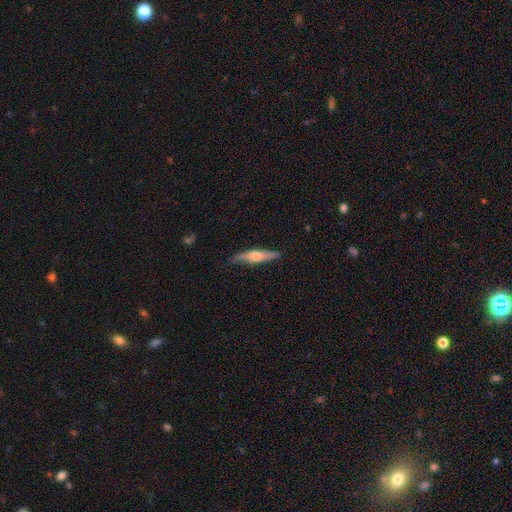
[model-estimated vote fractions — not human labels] smooth-or-featured: featured or disk: 59% | smooth: 36% | star or artifact: 5%
  disk-edge-on: yes: 91% | no: 9%
    edge-on-bulge: rounded: 90% | boxy: 6% | none: 4%
  merging: none: 74% | minor disturbance: 21% | major disturbance: 4% | merger: 2%